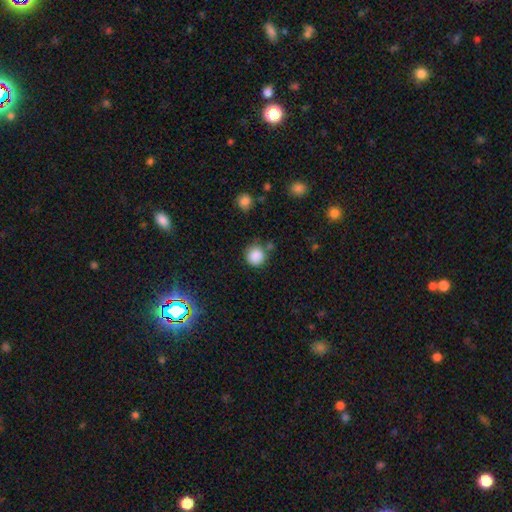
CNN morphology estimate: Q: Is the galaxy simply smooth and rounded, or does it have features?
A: smooth — 87%.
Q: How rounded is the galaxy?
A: round — 91%.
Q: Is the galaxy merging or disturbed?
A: none — 74%.